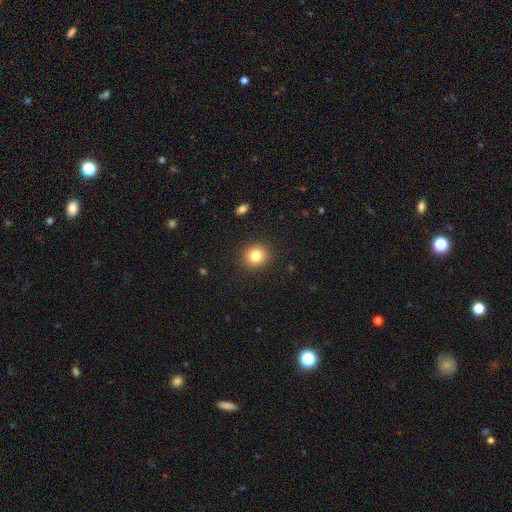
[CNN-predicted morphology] Q: Smooth or featured?
A: smooth (81%); runner-up: star or artifact (11%)
Q: How rounded?
A: round (83%); runner-up: in between (16%)
Q: Merging?
A: none (90%); runner-up: minor disturbance (6%)